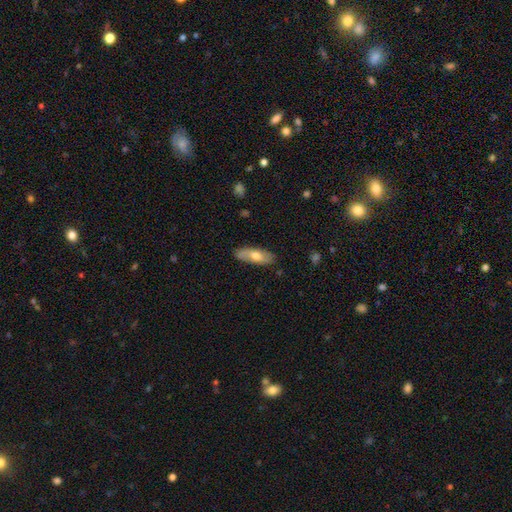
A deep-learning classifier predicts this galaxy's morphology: The model was most divided on "smooth or featured": smooth: 57%, featured or disk: 37%, star or artifact: 6%. More confident: merging — none (83%); how rounded — in between (69%).